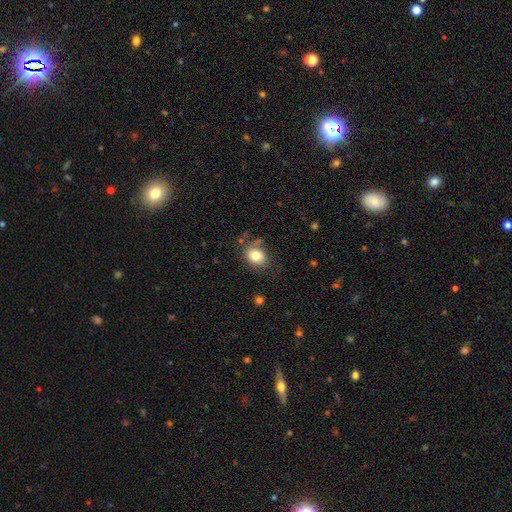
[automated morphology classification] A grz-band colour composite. It shows a smooth galaxy with no disk features (79%) that is in between round and cigar-shaped (50%). Merging: none (68%).